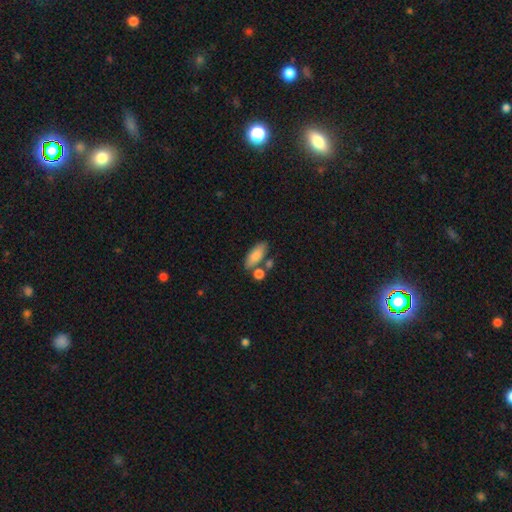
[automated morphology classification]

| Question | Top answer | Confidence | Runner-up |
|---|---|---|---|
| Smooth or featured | smooth | 84% | featured or disk (10%) |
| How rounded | in between | 80% | cigar-shaped (16%) |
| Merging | none | 63% | merger (19%) |